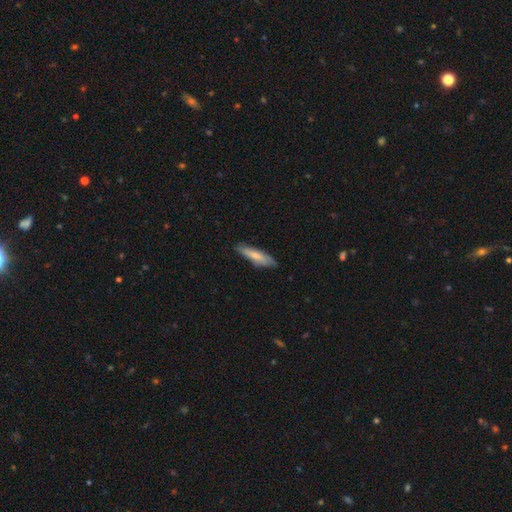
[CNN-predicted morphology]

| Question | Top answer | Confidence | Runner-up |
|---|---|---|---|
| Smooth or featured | smooth | 71% | featured or disk (24%) |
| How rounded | cigar-shaped | 71% | in between (27%) |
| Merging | none | 78% | minor disturbance (18%) |